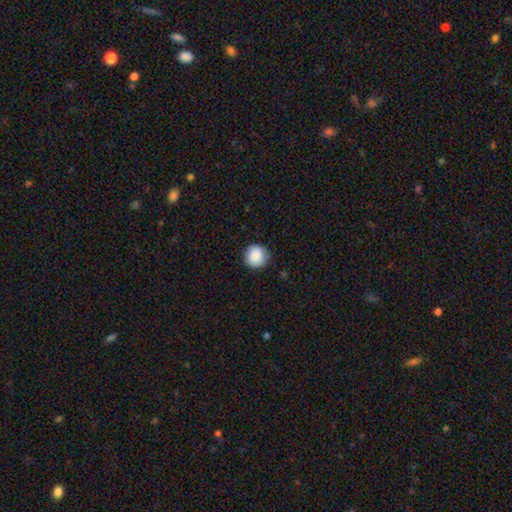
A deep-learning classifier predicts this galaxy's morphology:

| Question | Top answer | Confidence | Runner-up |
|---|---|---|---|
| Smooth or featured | smooth | 87% | star or artifact (8%) |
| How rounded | round | 93% | in between (6%) |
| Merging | none | 84% | minor disturbance (13%) |